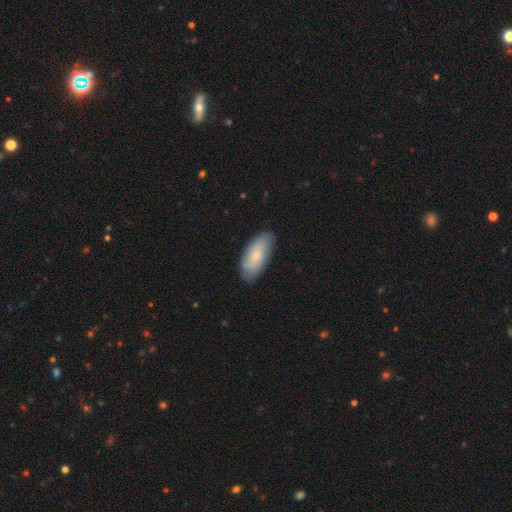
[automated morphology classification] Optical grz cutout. It shows a smooth galaxy with no disk features (55%) that is in between round and cigar-shaped (86%). Merging: none (79%).